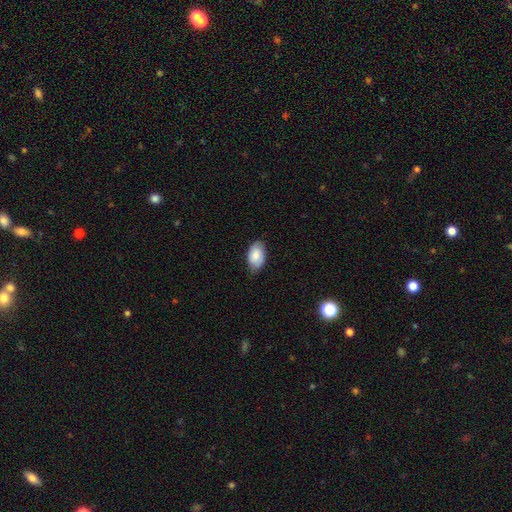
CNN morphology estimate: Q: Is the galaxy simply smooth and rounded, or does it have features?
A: smooth — 75%.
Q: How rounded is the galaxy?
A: in between — 92%.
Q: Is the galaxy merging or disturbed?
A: none — 72%.